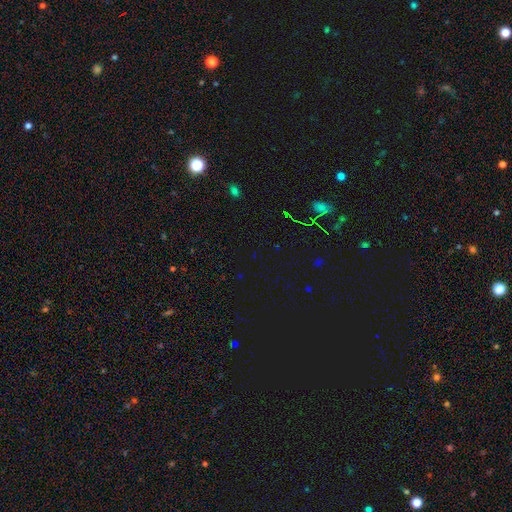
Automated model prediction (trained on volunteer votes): Overall: star or artifact (75%).